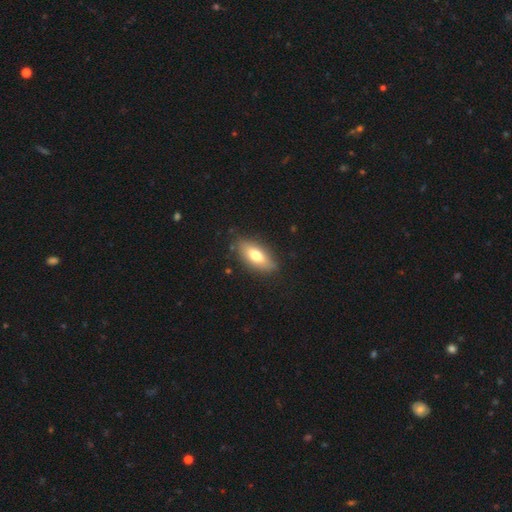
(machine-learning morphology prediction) smooth-or-featured: smooth: 69% | featured or disk: 24% | star or artifact: 7%
  how-rounded: in between: 81% | cigar-shaped: 16% | round: 3%
  merging: none: 83% | minor disturbance: 13% | major disturbance: 3% | merger: 1%